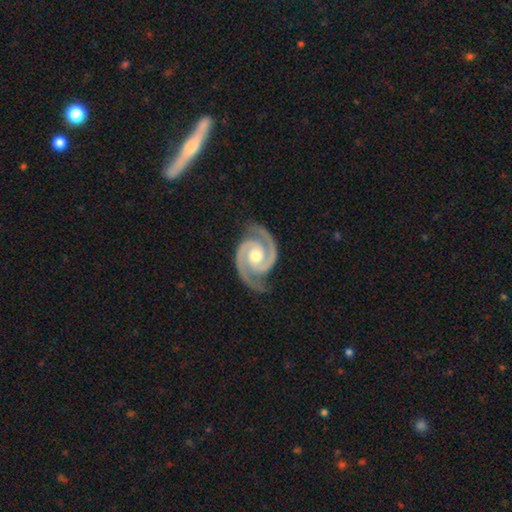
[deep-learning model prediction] This is clearly a featured or disk galaxy (95%). It is clearly not viewed edge-on (98%). Bar: likely no (65%). Spiral arm pattern: clearly yes (99%). Spiral arm count: clearly 2 (95%). Spiral winding: possibly tight (53%). Central bulge: likely moderate (73%). Merging: clearly none (83%).